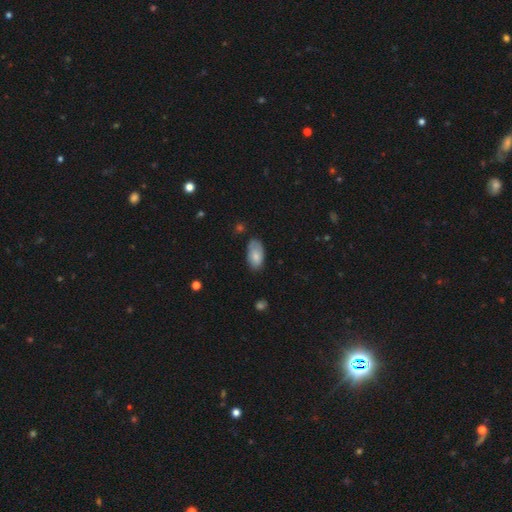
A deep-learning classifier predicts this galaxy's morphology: A smooth galaxy with no disk features (76%) that is in between round and cigar-shaped (94%).

Vote fractions:
- Smooth or featured? smooth: 76% / featured or disk: 17% / star or artifact: 7%
- How rounded? in between: 94% / round: 3% / cigar-shaped: 3%
- Merging? none: 65% / minor disturbance: 28% / major disturbance: 5% / merger: 2%